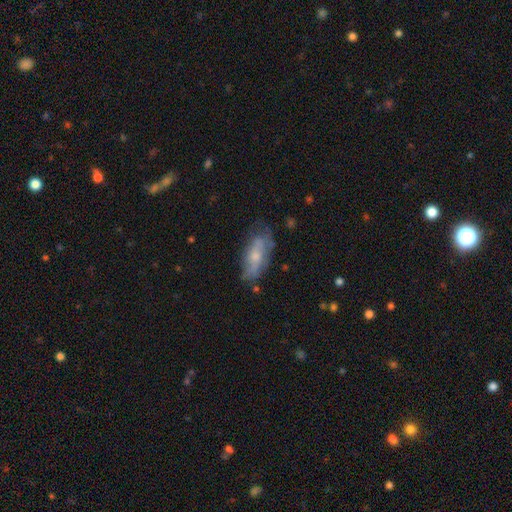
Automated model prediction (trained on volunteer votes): Overall: smooth (48%; featured or disk 44%). Merging: none (55%; minor disturbance 29%).